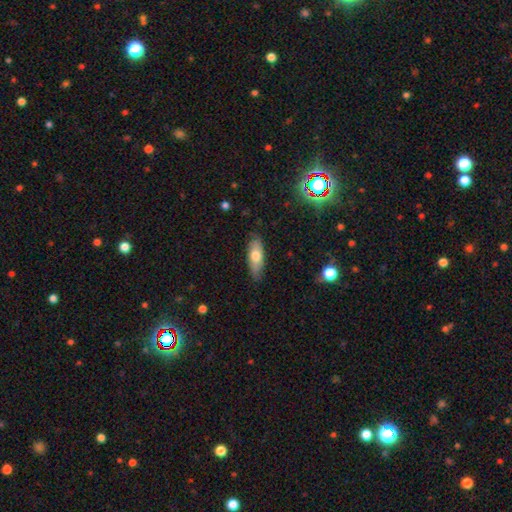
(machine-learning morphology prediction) Overall: smooth (66%; featured or disk 28%). How rounded: in between (69%). Merging: none (80%).